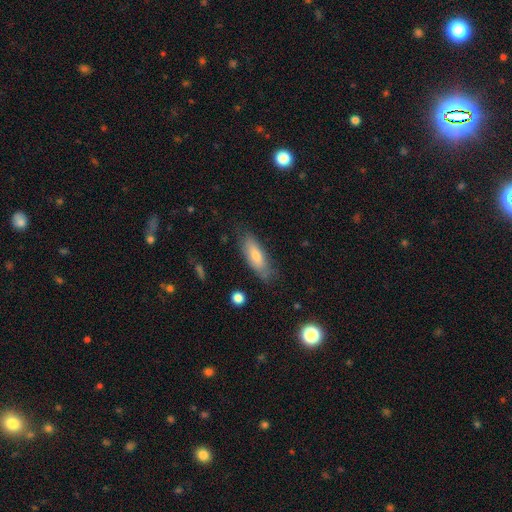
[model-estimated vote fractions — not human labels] smooth 68%, featured or disk 25%, star or artifact 8%. Down the decision tree: how rounded — in between (58%); merging — none (75%).